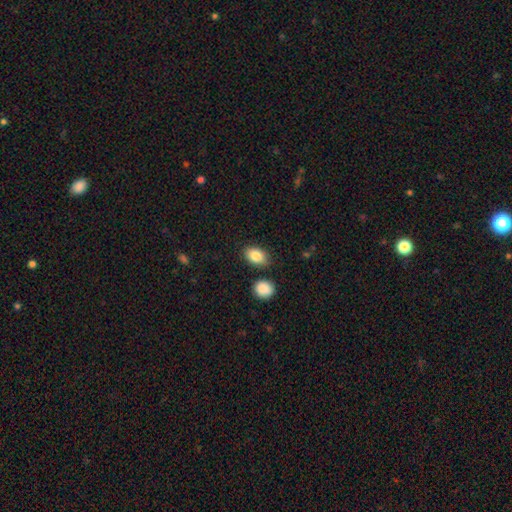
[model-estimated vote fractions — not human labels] A smooth galaxy with no disk features (86%) that is in between round and cigar-shaped (84%).

Vote fractions:
- Smooth or featured? smooth: 86% / star or artifact: 8% / featured or disk: 7%
- How rounded? in between: 84% / round: 15% / cigar-shaped: 1%
- Merging? none: 81% / minor disturbance: 11% / merger: 5% / major disturbance: 3%